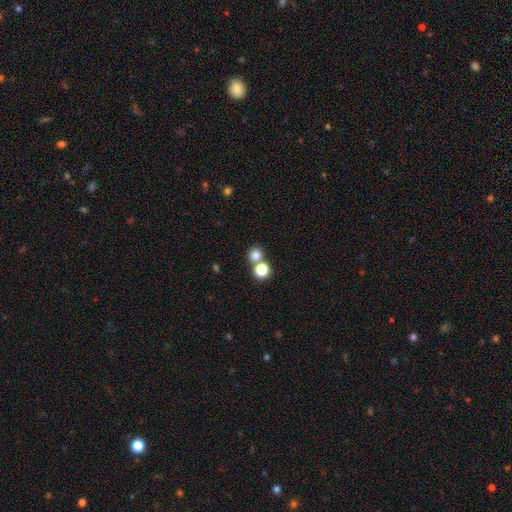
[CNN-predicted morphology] This is likely a smooth galaxy (77%). How rounded: clearly round (87%). Merging: possibly none (57%).